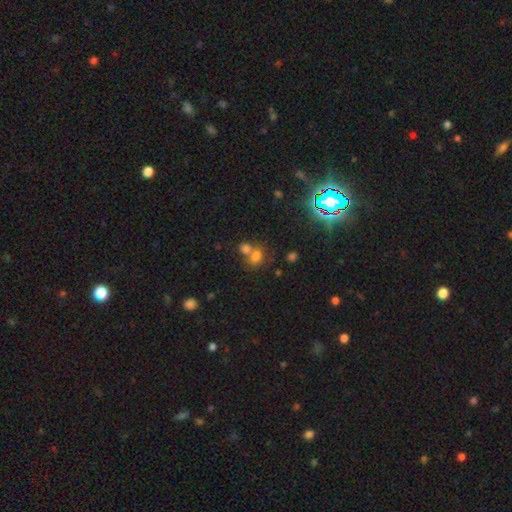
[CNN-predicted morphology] This appears to be a smooth galaxy with no disk features (72%) that is in between round and cigar-shaped (53%). Merging: merger (48%).